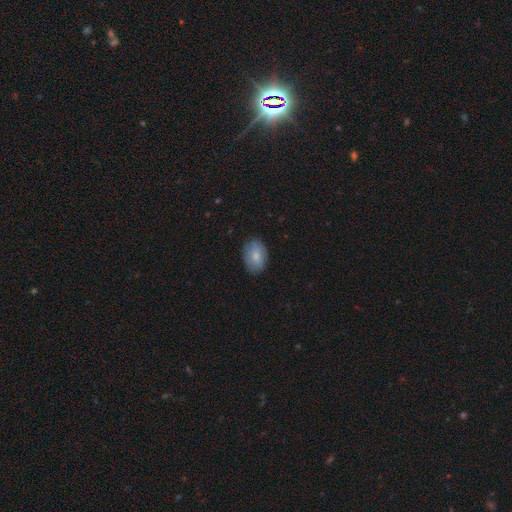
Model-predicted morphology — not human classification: A smooth galaxy with no disk features (78%) that is in between round and cigar-shaped (86%).

Vote fractions:
- Smooth or featured? smooth: 78% / featured or disk: 15% / star or artifact: 7%
- How rounded? in between: 86% / round: 13% / cigar-shaped: 1%
- Merging? none: 82% / minor disturbance: 14% / major disturbance: 3% / merger: 1%